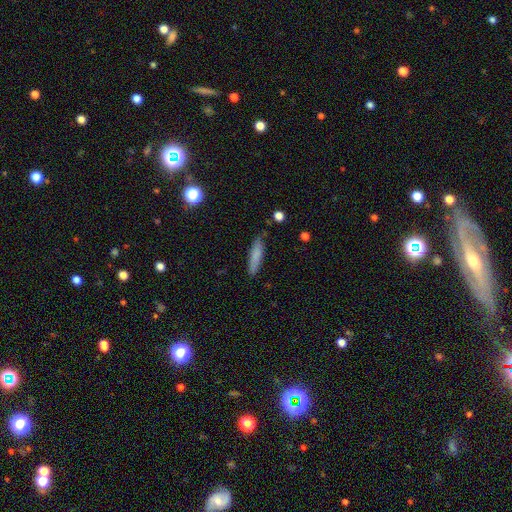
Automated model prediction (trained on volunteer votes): smooth_or_featured: smooth (p=0.80) [alt: featured or disk p=0.12]
how_rounded: cigar-shaped (p=0.79) [alt: in between p=0.19]
merging: none (p=0.84) [alt: minor disturbance p=0.12]